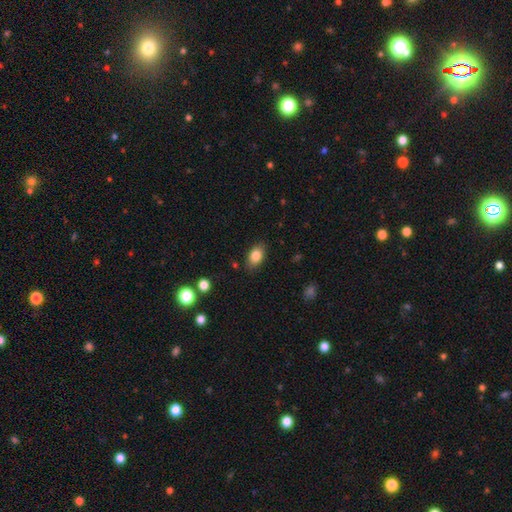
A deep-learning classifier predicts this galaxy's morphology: The model was most divided on "merging": none: 84%, minor disturbance: 12%, major disturbance: 3%, merger: 1%. More confident: how rounded — in between (86%); smooth or featured — smooth (84%).